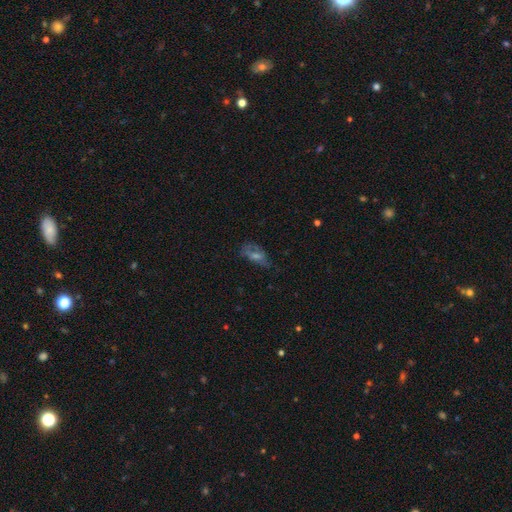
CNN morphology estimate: Overall: featured or disk (43%; smooth 37%). Merging: none (56%; minor disturbance 24%).